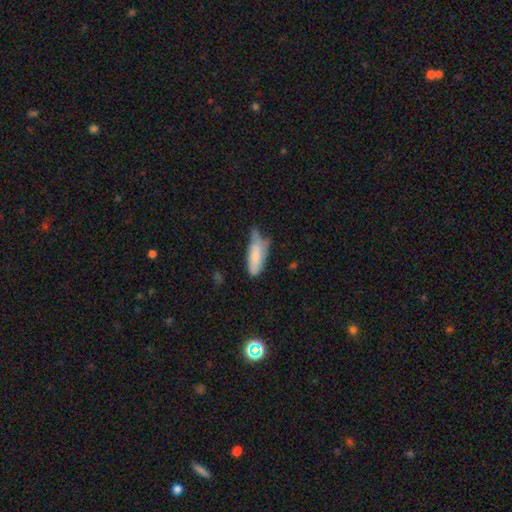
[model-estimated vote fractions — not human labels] Q: Smooth or featured?
A: smooth (78%); runner-up: featured or disk (15%)
Q: How rounded?
A: in between (61%); runner-up: cigar-shaped (37%)
Q: Merging?
A: minor disturbance (44%); runner-up: none (34%)